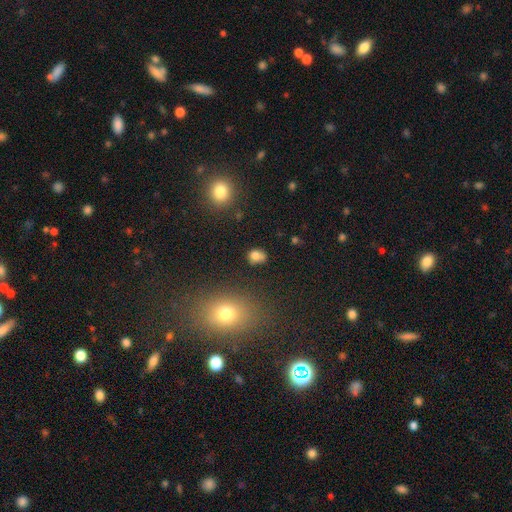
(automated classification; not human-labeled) Smooth or featured? smooth (75%)
How rounded? round (61%)
Merging? none (59%)